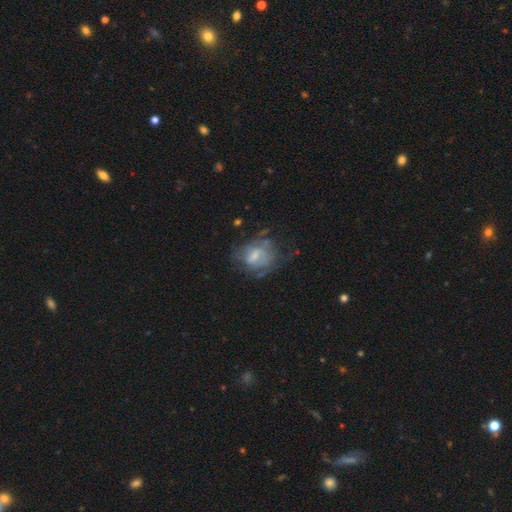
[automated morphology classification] Q: Smooth or featured?
A: featured or disk (58%); runner-up: smooth (32%)
Q: Edge-on disk?
A: no (97%); runner-up: yes (3%)
Q: Bar?
A: weak (49%); runner-up: no (37%)
Q: Spiral arms?
A: yes (54%); runner-up: no (46%)
Q: Bulge size?
A: small (40%); runner-up: moderate (36%)
Q: Merging?
A: none (45%); runner-up: major disturbance (26%)